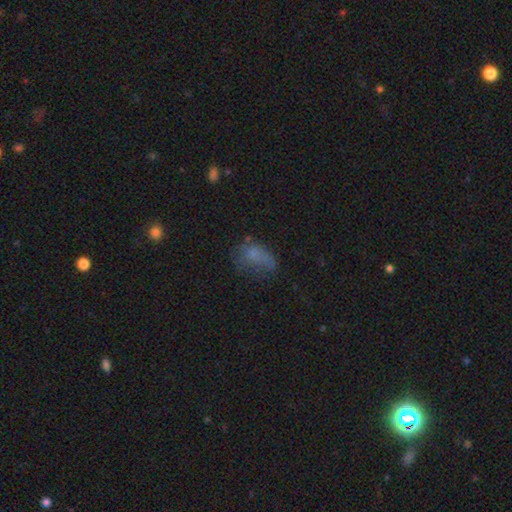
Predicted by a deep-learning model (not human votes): Smooth or featured?
  - smooth: 63% *
  - featured or disk: 21%
  - star or artifact: 16%
How rounded?
  - in between: 84% *
  - round: 12%
  - cigar-shaped: 4%
Merging?
  - major disturbance: 38% *
  - none: 30%
  - minor disturbance: 27%
  - merger: 5%